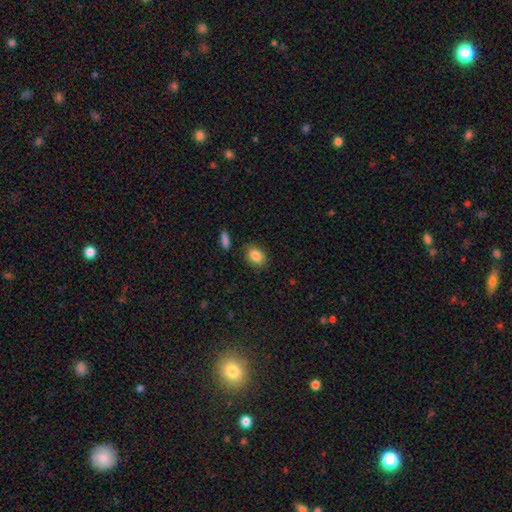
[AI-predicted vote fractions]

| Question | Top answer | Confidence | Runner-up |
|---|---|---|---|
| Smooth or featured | smooth | 86% | star or artifact (8%) |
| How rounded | in between | 73% | round (25%) |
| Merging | none | 84% | minor disturbance (11%) |